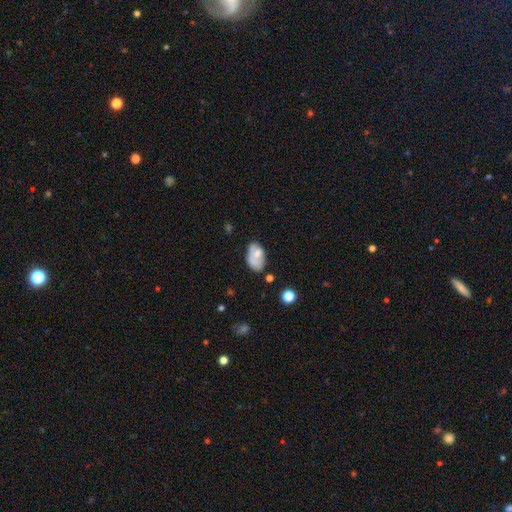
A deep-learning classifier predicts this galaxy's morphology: This appears to be a smooth galaxy with no disk features (61%) that is in between round and cigar-shaped (90%). Merging: none (49%).